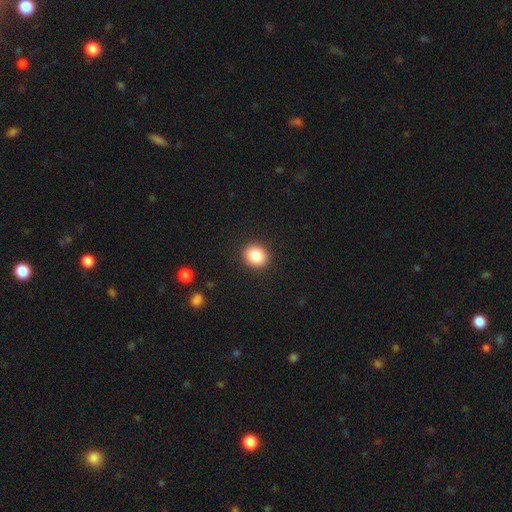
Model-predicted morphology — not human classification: This is clearly a smooth galaxy (85%). How rounded: likely round (77%). Merging: clearly none (91%).